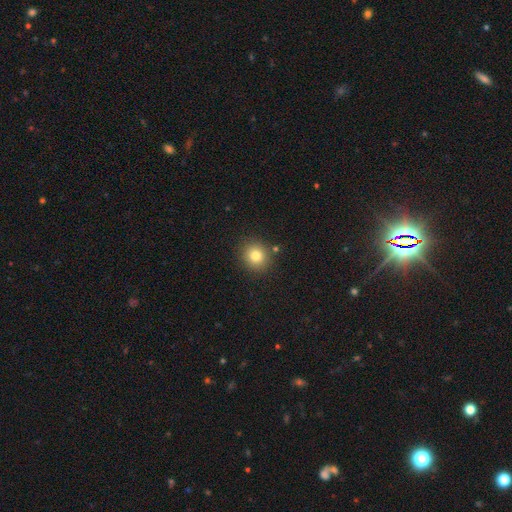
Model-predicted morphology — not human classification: Q: Smooth or featured?
A: smooth (80%); runner-up: star or artifact (12%)
Q: How rounded?
A: round (86%); runner-up: in between (13%)
Q: Merging?
A: none (85%); runner-up: minor disturbance (8%)